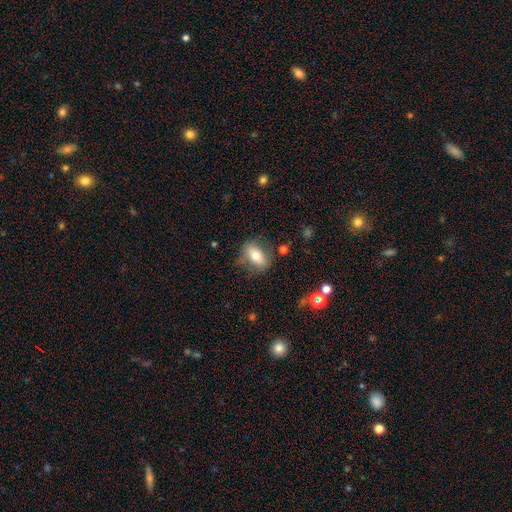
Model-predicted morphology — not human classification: Smooth or featured? Predicted: smooth (p=0.67). How rounded? Predicted: in between (p=0.81). Merging? Predicted: none (p=0.70).